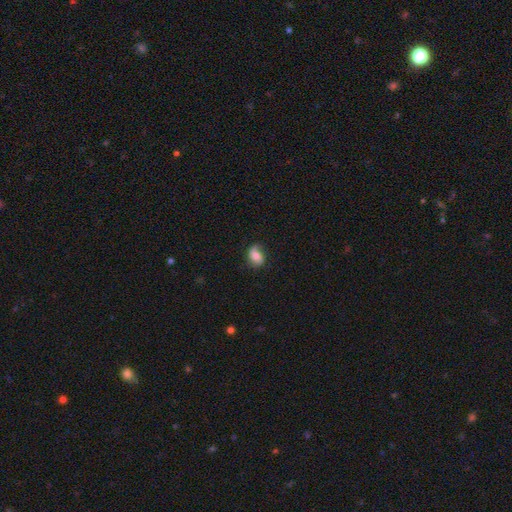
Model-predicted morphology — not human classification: This is likely a smooth galaxy (60%). How rounded: likely in between (68%). Merging: possibly none (59%).